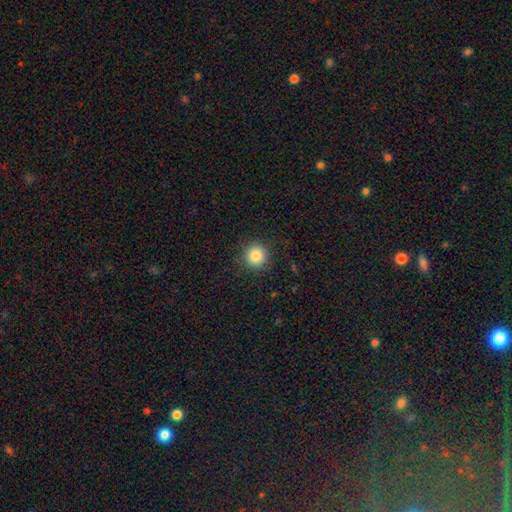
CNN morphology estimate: The model was most divided on "smooth or featured": smooth: 85%, star or artifact: 10%, featured or disk: 5%. More confident: how rounded — round (94%); merging — none (91%).